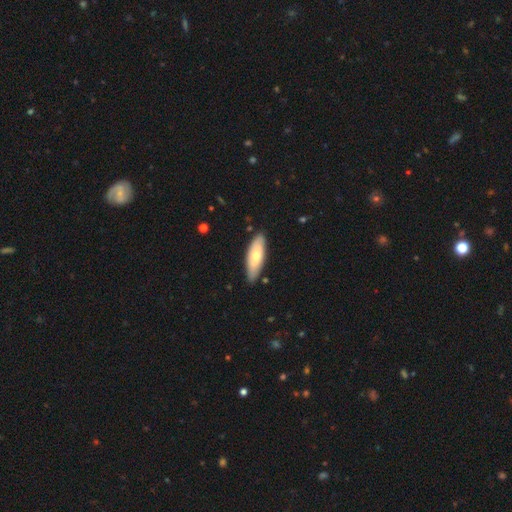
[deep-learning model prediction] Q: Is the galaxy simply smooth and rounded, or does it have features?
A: smooth — 67%.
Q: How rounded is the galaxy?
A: in between — 63%.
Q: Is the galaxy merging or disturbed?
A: none — 83%.